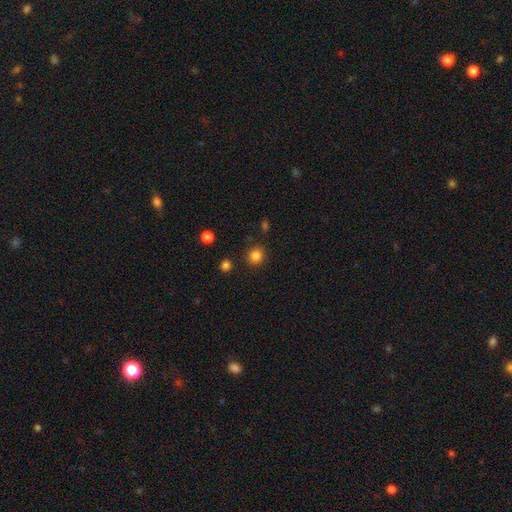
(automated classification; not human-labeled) Overall: smooth (84%). How rounded: round (88%). Merging: none (88%).